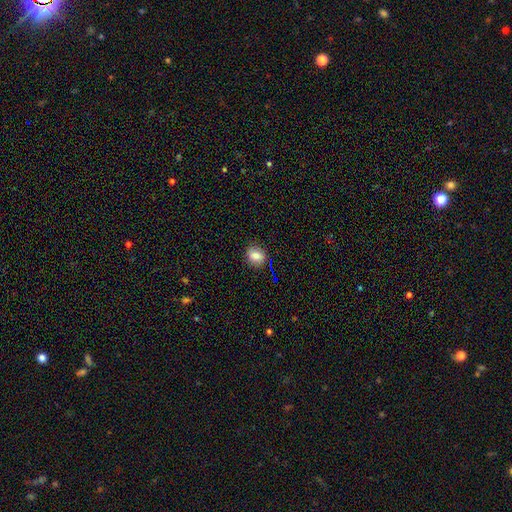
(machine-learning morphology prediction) smooth-or-featured: smooth: 79% | star or artifact: 11% | featured or disk: 10%
  how-rounded: round: 58% | in between: 41% | cigar-shaped: 1%
  merging: none: 84% | minor disturbance: 12% | major disturbance: 3% | merger: 1%